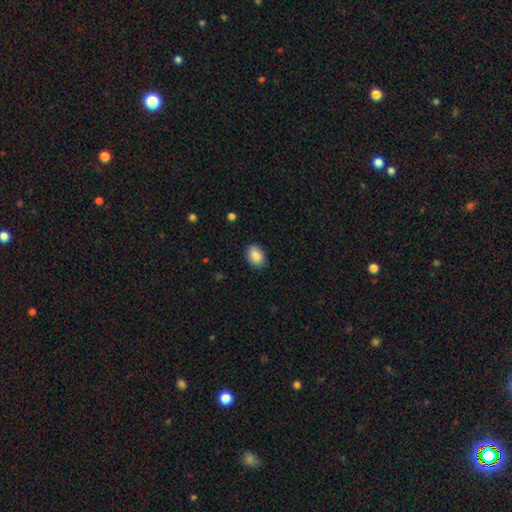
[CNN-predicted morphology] type=smooth (86%); roundness=in between (75%); merging=none (88%).